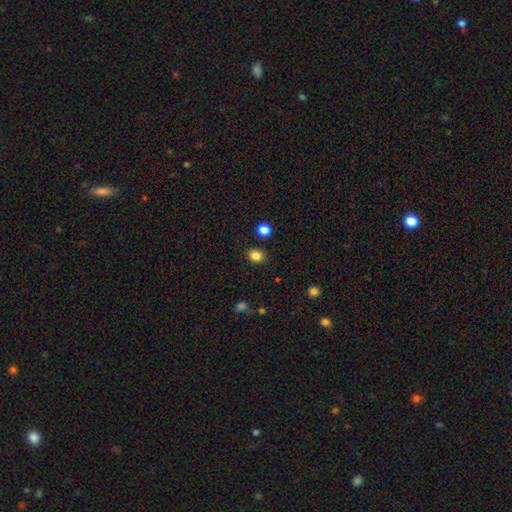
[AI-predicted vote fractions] This is clearly a smooth galaxy (84%). How rounded: likely round (70%). Merging: clearly none (88%).